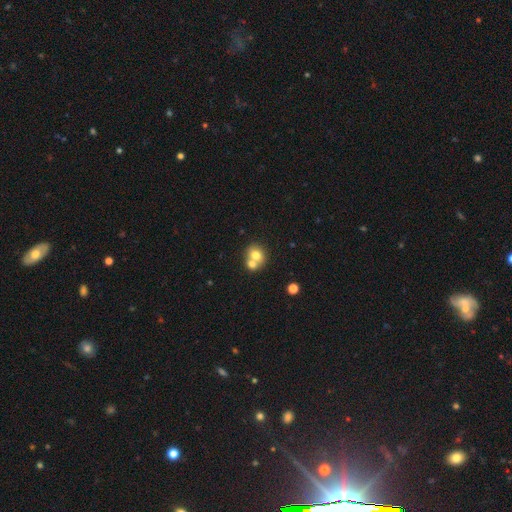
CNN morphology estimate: A smooth galaxy with no disk features (72%) that is round (71%).

Vote fractions:
- Smooth or featured? smooth: 72% / featured or disk: 18% / star or artifact: 10%
- How rounded? round: 71% / in between: 28% / cigar-shaped: 1%
- Merging? merger: 55% / none: 36% / minor disturbance: 7% / major disturbance: 3%